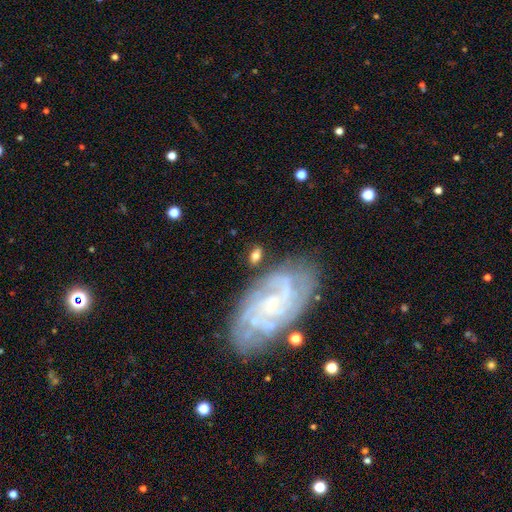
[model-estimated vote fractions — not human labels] A smooth galaxy with no disk features (49%).

Vote fractions:
- Smooth or featured? smooth: 49% / featured or disk: 43% / star or artifact: 8%
- Merging? none: 71% / minor disturbance: 16% / merger: 7% / major disturbance: 7%